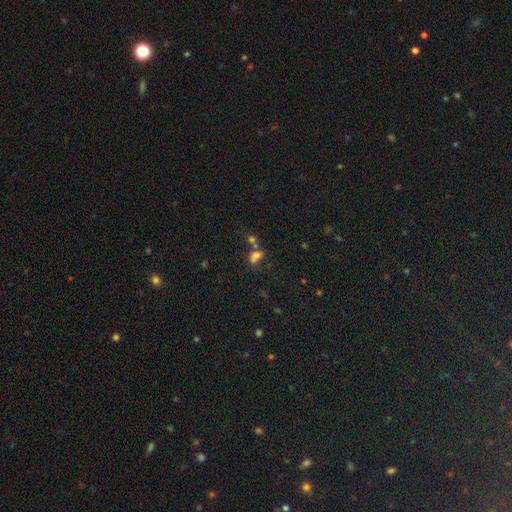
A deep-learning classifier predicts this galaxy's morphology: smooth_or_featured: smooth (p=0.64) [alt: star or artifact p=0.21]
how_rounded: in between (p=0.57) [alt: round p=0.40]
merging: merger (p=0.50) [alt: none p=0.32]